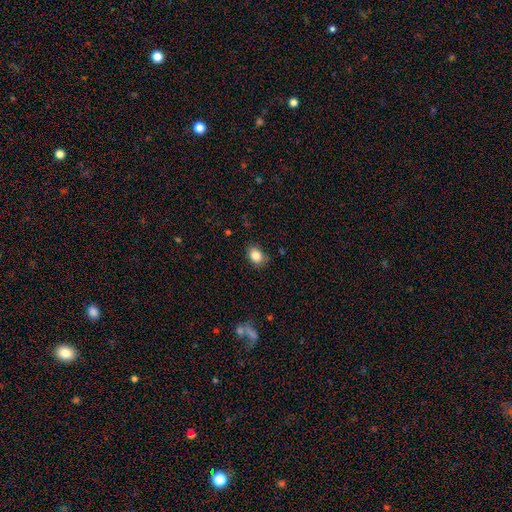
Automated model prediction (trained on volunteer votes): Q: Smooth or featured?
A: smooth (85%); runner-up: star or artifact (9%)
Q: How rounded?
A: in between (67%); runner-up: round (32%)
Q: Merging?
A: none (80%); runner-up: minor disturbance (16%)